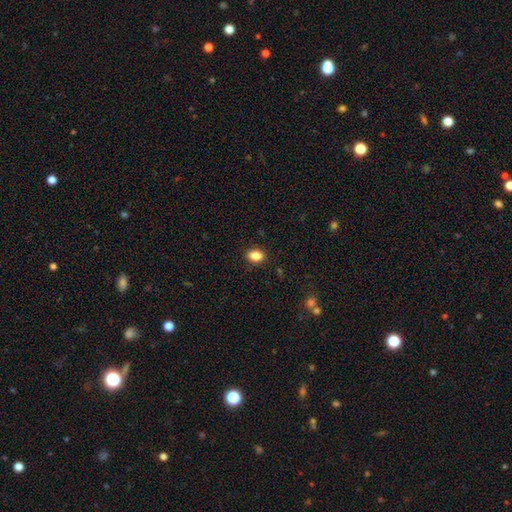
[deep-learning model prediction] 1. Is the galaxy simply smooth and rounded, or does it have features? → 86% smooth, 9% star or artifact, 5% featured or disk.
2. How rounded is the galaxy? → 77% in between, 21% round, 2% cigar-shaped.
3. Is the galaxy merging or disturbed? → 88% none, 9% minor disturbance, 2% major disturbance, 1% merger.